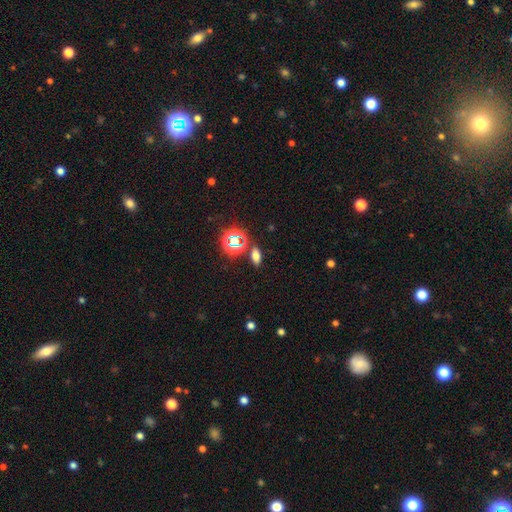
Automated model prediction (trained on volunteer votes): Overall: smooth (64%; star or artifact 24%). How rounded: in between (78%). Merging: none (83%).